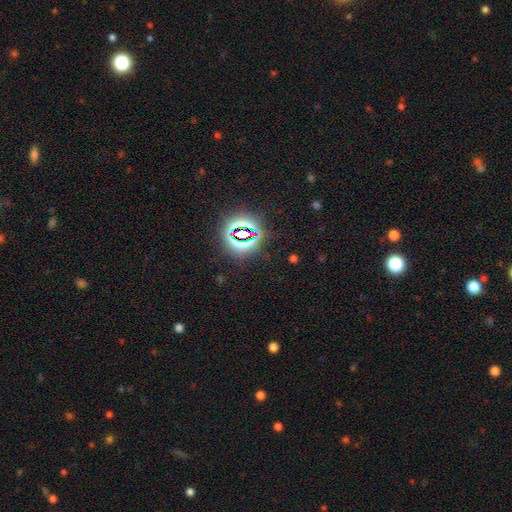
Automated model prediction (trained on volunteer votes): Morphology: type=star or artifact (81%).